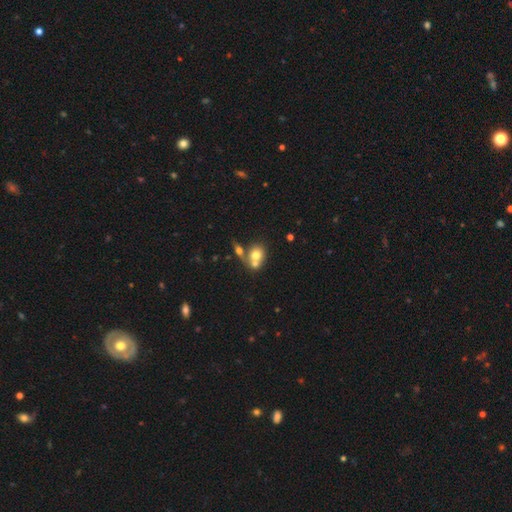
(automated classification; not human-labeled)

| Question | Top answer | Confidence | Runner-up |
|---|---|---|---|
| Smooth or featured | smooth | 71% | featured or disk (19%) |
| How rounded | round | 64% | in between (35%) |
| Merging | merger | 58% | none (30%) |